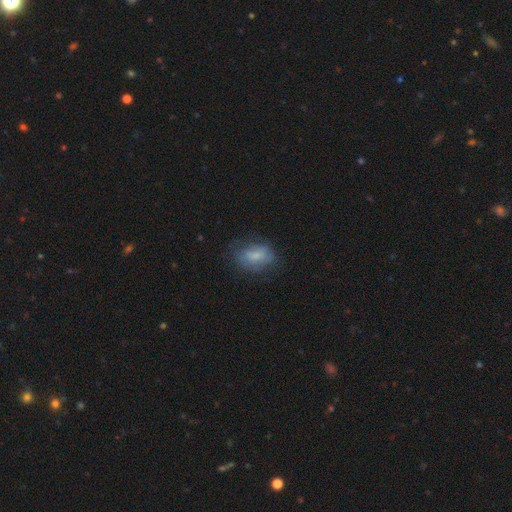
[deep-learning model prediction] smooth-or-featured: smooth: 63% | featured or disk: 28% | star or artifact: 9%
  how-rounded: in between: 83% | round: 15% | cigar-shaped: 3%
  merging: none: 63% | minor disturbance: 24% | major disturbance: 11% | merger: 2%